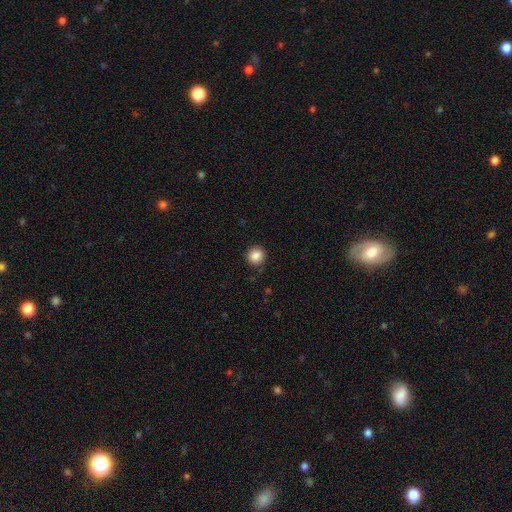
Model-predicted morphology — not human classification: Smooth or featured? Predicted: smooth (p=0.87). How rounded? Predicted: round (p=0.94). Merging? Predicted: none (p=0.89).